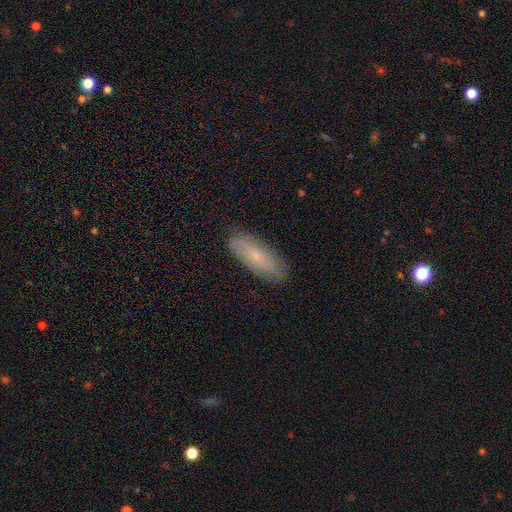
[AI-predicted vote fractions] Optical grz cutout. It shows a smooth galaxy with no disk features (57%) that is in between round and cigar-shaped (68%). Merging: none (84%).